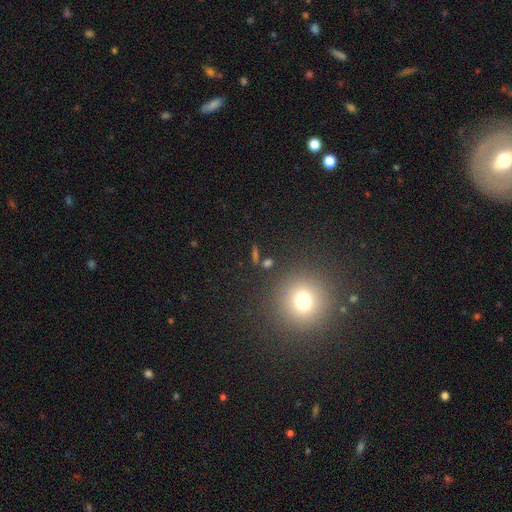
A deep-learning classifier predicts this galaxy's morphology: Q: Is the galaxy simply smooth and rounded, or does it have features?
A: smooth — 50%.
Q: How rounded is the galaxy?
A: round — 84%.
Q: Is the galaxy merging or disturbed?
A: none — 87%.